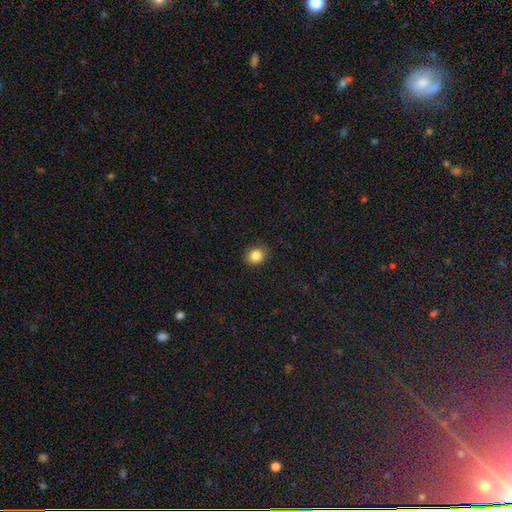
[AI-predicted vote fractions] Overall: smooth (85%). How rounded: round (69%; in between 31%). Merging: none (88%).